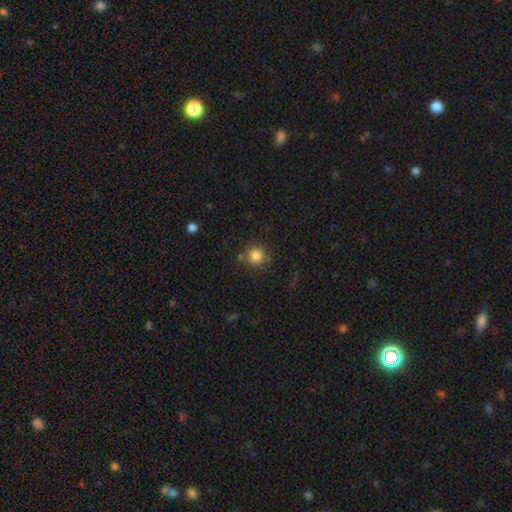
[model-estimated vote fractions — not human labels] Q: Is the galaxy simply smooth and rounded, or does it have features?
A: smooth — 82%.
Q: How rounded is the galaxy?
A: round — 91%.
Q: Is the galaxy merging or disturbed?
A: none — 79%.